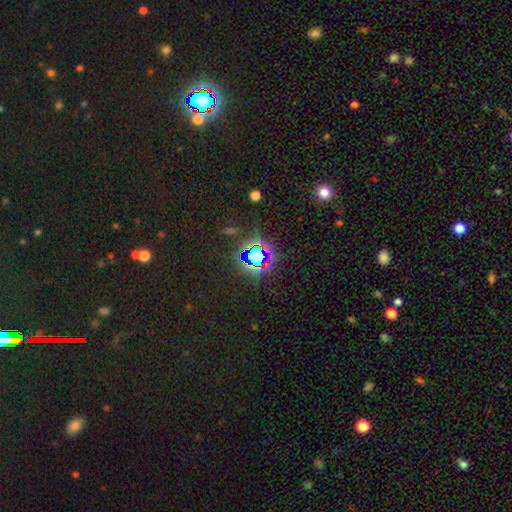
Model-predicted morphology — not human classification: smooth_or_featured: star or artifact (p=0.73) [alt: smooth p=0.17]